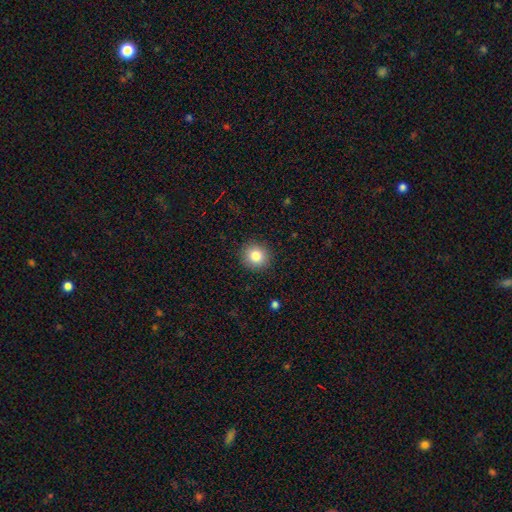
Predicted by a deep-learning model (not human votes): Smooth or featured: smooth — 83% (star or artifact — 10%)
How rounded: round — 88% (in between — 11%)
Merging: none — 91% (minor disturbance — 6%)